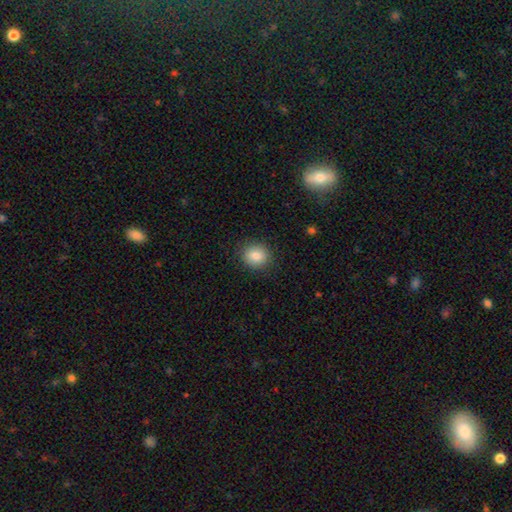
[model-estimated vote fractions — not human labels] Smooth or featured? smooth (85%)
How rounded? round (81%)
Merging? none (89%)